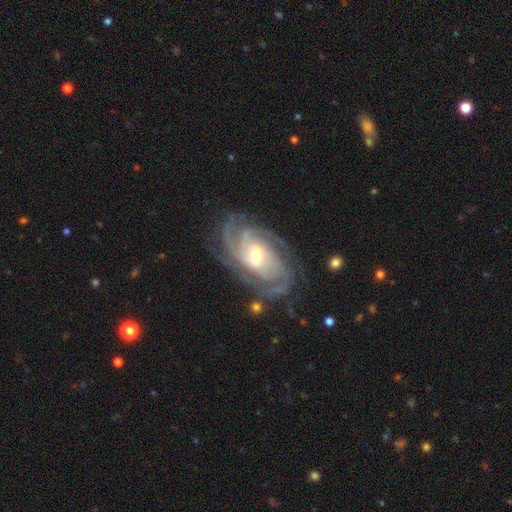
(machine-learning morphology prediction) Smooth or featured?
  - featured or disk: 91% *
  - star or artifact: 4%
  - smooth: 4%
Edge-on disk?
  - no: 96% *
  - yes: 4%
Bar?
  - no: 45% *
  - weak: 39%
  - strong: 16%
Spiral arms?
  - yes: 98% *
  - no: 2%
Spiral winding?
  - tight: 66% *
  - medium: 29%
  - loose: 5%
Spiral arm count?
  - 3: 30% *
  - 4: 26%
  - can't tell: 17%
  - 2: 14%
  - more than 4: 7%
  - 1: 6%
Bulge size?
  - moderate: 56% *
  - small: 38%
  - large: 4%
  - none: 1%
  - dominant: 1%
Merging?
  - none: 76% *
  - minor disturbance: 16%
  - major disturbance: 6%
  - merger: 2%